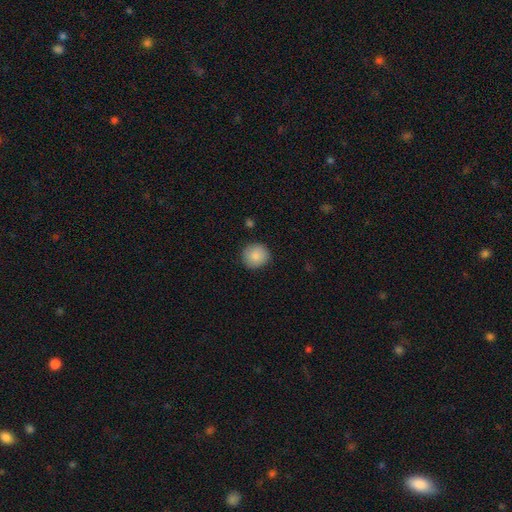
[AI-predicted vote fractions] smooth 87%, star or artifact 7%, featured or disk 6%. Down the decision tree: how rounded — round (91%); merging — none (89%).